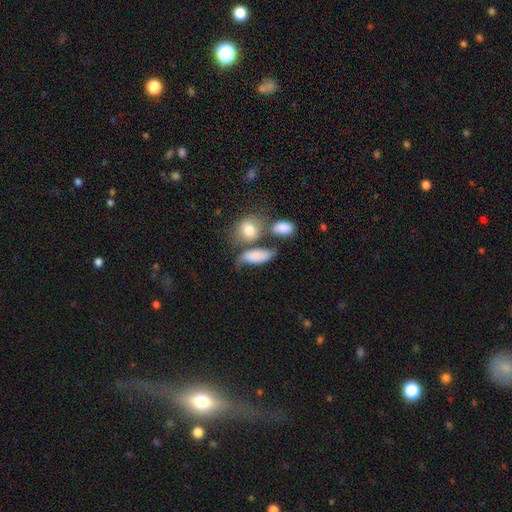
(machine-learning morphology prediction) Overall: smooth (74%). How rounded: in between (79%). Merging: none (40%; merger 26%).